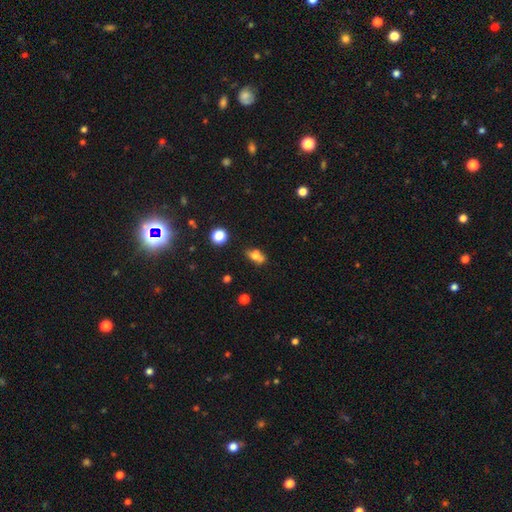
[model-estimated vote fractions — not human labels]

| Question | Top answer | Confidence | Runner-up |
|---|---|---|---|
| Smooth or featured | smooth | 67% | featured or disk (21%) |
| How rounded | in between | 71% | round (19%) |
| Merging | none | 48% | merger (25%) |